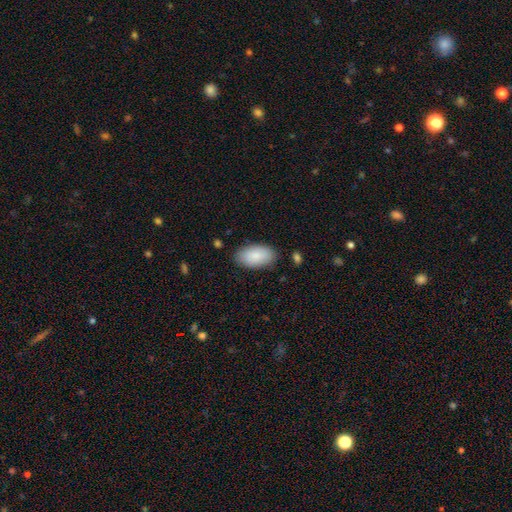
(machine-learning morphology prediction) A smooth galaxy with no disk features (87%) that is in between round and cigar-shaped (95%). Merging: none (84%).